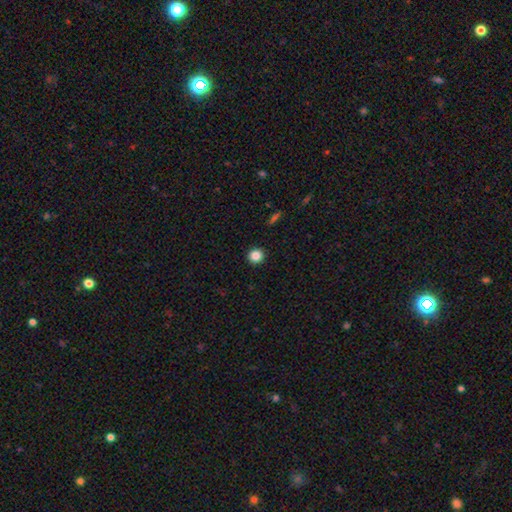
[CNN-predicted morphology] This appears to be a smooth galaxy with no disk features (85%) that is round (94%). Merging: none (93%).